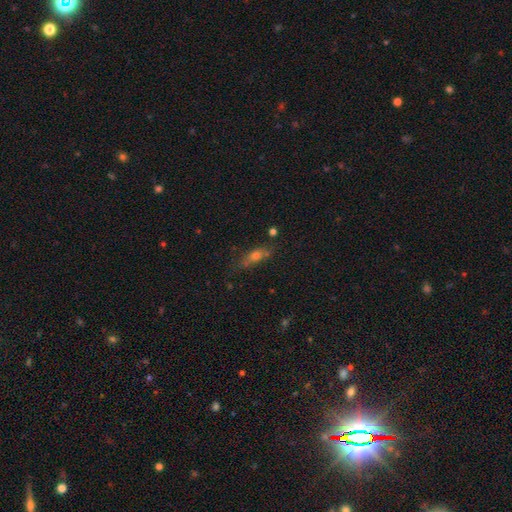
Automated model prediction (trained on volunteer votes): This is possibly a smooth galaxy (49%). Merging: likely none (70%).